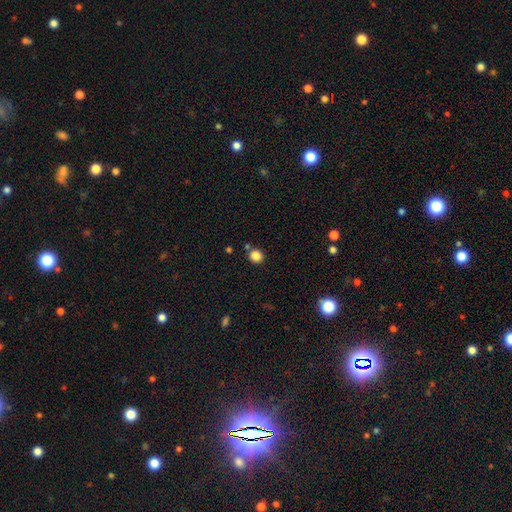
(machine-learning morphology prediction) Smooth or featured? Predicted: smooth (p=0.84). How rounded? Predicted: round (p=0.90). Merging? Predicted: none (p=0.82).